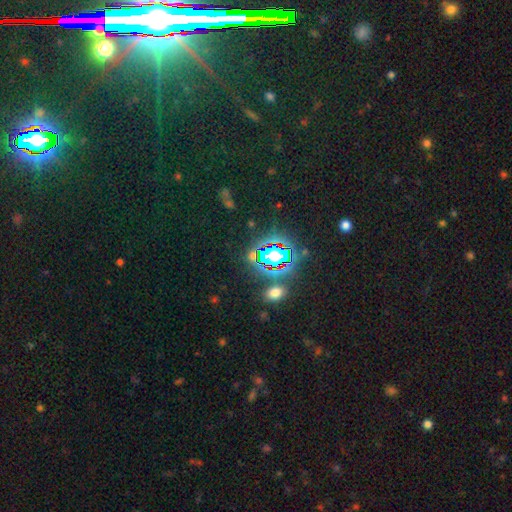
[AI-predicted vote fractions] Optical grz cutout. It shows a star or artifact, not a galaxy (74%).